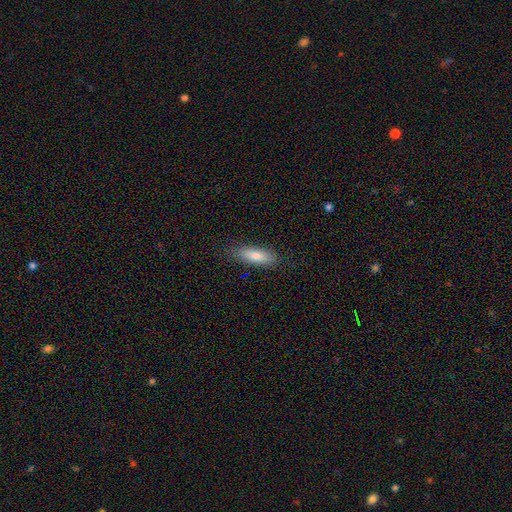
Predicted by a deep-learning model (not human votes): The model was most divided on "how rounded": cigar-shaped: 61%, in between: 37%, round: 2%. More confident: merging — none (83%); smooth or featured — smooth (75%).